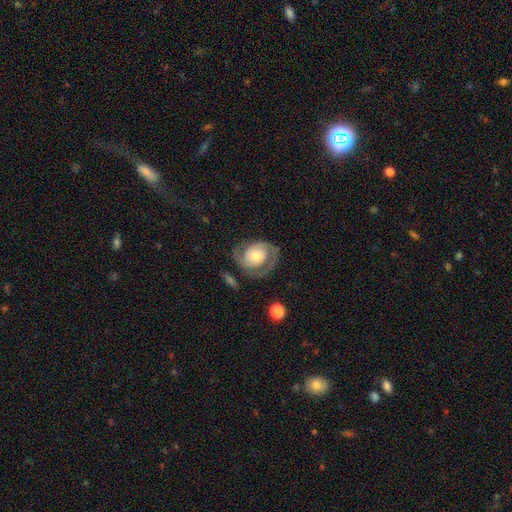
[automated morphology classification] A featured or disk galaxy (79%) with no bar (75%), 2 (77%) tight (51%) spiral arms (92%) and a moderate central bulge (40%, tied with small). Merging: none (69%).